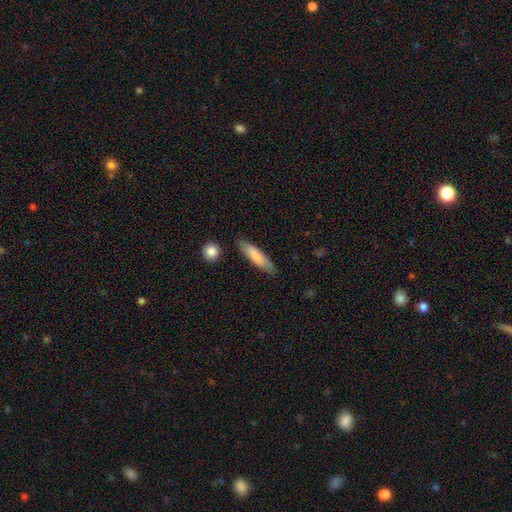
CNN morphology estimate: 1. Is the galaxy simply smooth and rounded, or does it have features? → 78% smooth, 17% featured or disk, 6% star or artifact.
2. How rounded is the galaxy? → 76% cigar-shaped, 23% in between, 1% round.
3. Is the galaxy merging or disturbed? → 82% none, 13% minor disturbance, 3% major disturbance, 2% merger.